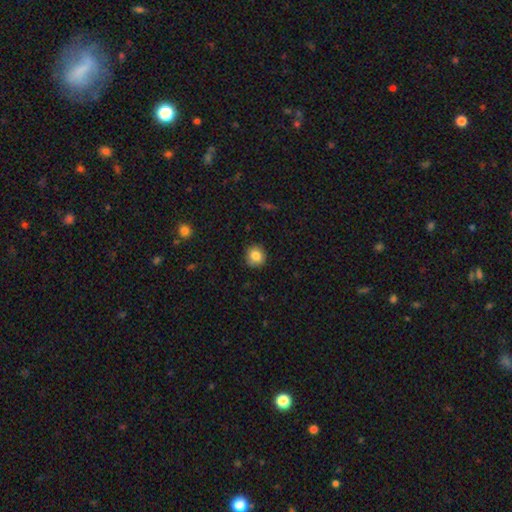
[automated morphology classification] smooth_or_featured: smooth (p=0.83) [alt: star or artifact p=0.10]
how_rounded: round (p=0.88) [alt: in between p=0.11]
merging: none (p=0.88) [alt: minor disturbance p=0.09]